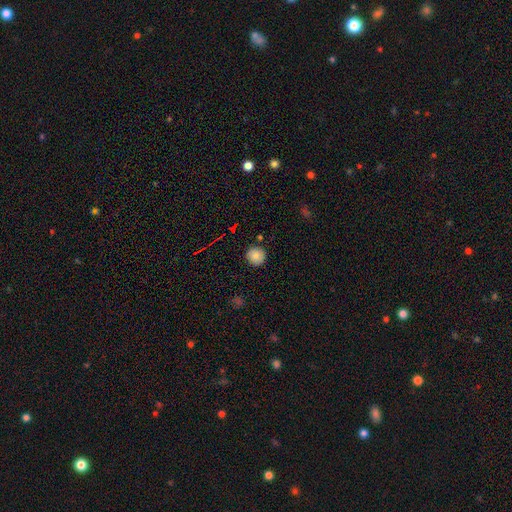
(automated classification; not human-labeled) Q: Smooth or featured?
A: smooth (82%); runner-up: star or artifact (10%)
Q: How rounded?
A: round (95%); runner-up: in between (4%)
Q: Merging?
A: none (89%); runner-up: minor disturbance (8%)